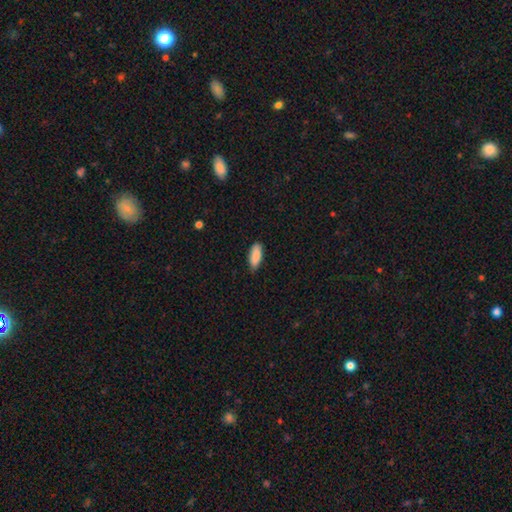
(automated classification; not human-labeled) Q: Smooth or featured?
A: smooth (89%); runner-up: star or artifact (6%)
Q: How rounded?
A: in between (80%); runner-up: cigar-shaped (18%)
Q: Merging?
A: none (84%); runner-up: minor disturbance (13%)